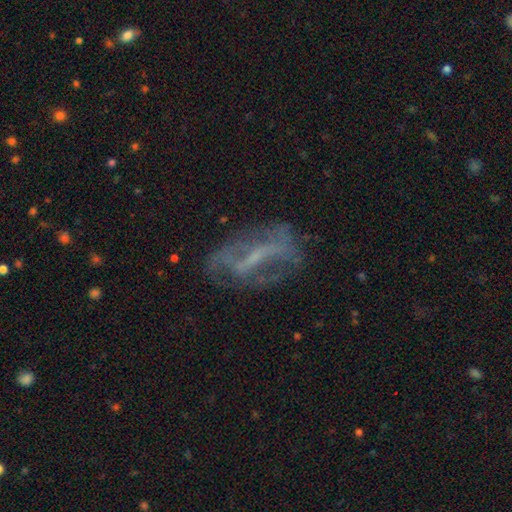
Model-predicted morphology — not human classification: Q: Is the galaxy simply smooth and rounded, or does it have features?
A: featured or disk — 69%.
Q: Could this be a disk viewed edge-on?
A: no — 87%.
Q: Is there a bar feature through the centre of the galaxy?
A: strong — 39%.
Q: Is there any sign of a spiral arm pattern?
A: yes — 52%.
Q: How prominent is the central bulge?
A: small — 48%.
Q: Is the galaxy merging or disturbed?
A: none — 55%.